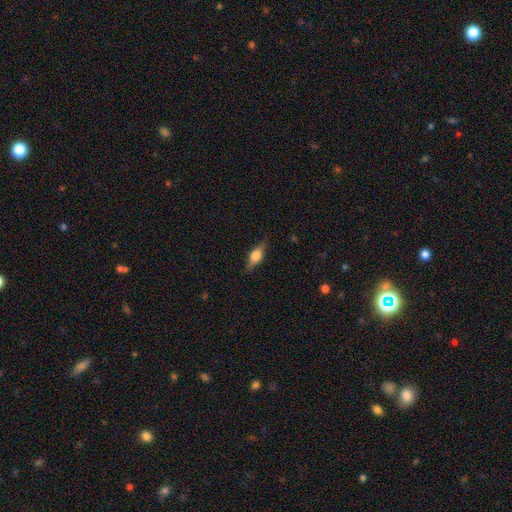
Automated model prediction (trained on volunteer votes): Smooth or featured? Predicted: smooth (p=0.47). Merging? Predicted: none (p=0.83).